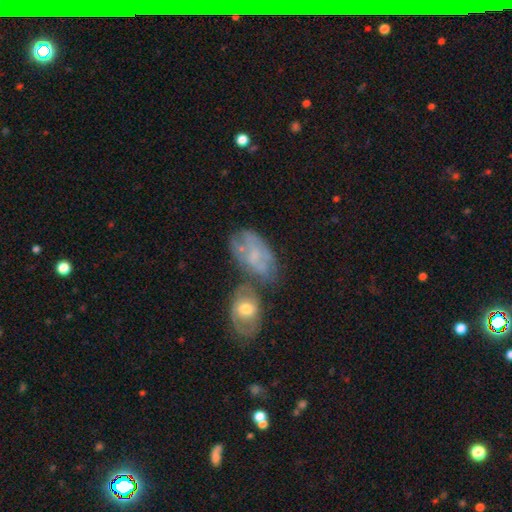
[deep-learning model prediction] Morphology: type=featured or disk (55%); edge-on=no (94%); bar=no (71%); spiral arms=yes (54%); bulge=small (42%); merging=merger (36%).